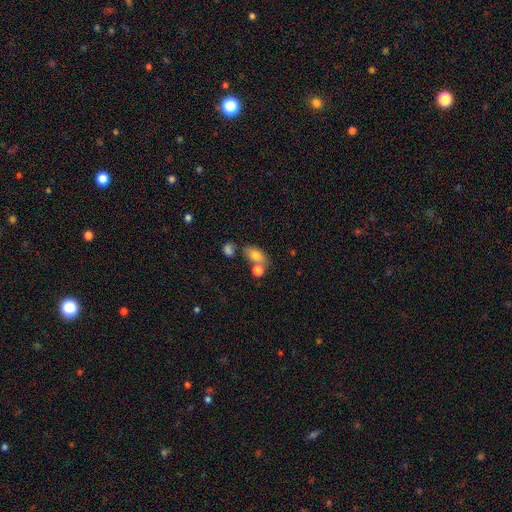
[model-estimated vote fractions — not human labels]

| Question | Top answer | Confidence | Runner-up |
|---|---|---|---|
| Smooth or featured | smooth | 78% | featured or disk (13%) |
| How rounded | in between | 83% | round (13%) |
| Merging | none | 55% | merger (24%) |